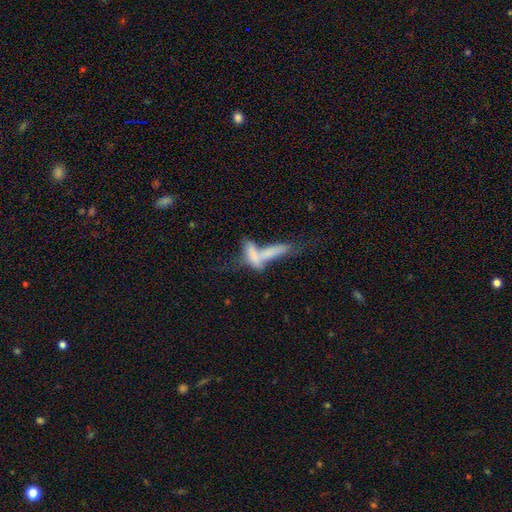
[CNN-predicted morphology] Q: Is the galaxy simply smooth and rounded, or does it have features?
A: smooth — 62%.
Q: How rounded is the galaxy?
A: cigar-shaped — 57%.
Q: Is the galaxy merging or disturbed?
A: merger — 66%.